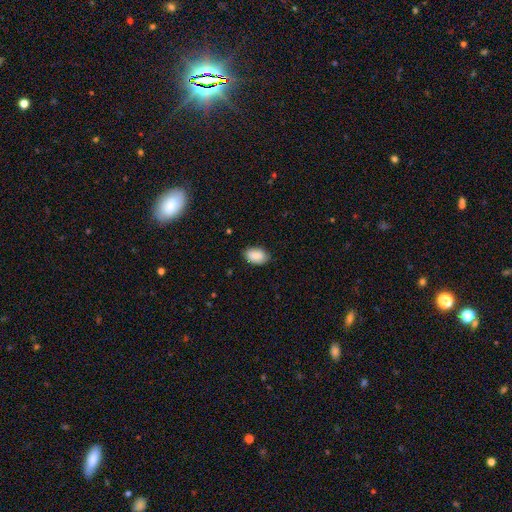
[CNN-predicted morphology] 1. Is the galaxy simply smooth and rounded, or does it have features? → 85% smooth, 8% featured or disk, 7% star or artifact.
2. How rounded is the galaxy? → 89% in between, 10% round, 1% cigar-shaped.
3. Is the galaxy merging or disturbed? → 78% none, 18% minor disturbance, 3% major disturbance, 1% merger.